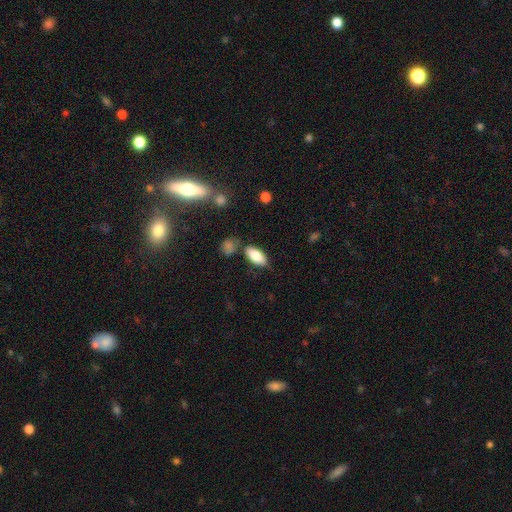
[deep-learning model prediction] Overall: smooth (84%). How rounded: in between (89%). Merging: none (74%).